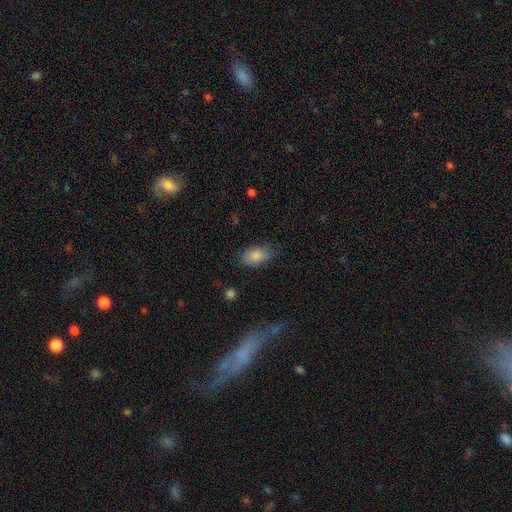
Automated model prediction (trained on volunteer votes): Smooth or featured: smooth — 84% (featured or disk — 9%)
How rounded: in between — 91% (round — 6%)
Merging: none — 74% (minor disturbance — 20%)